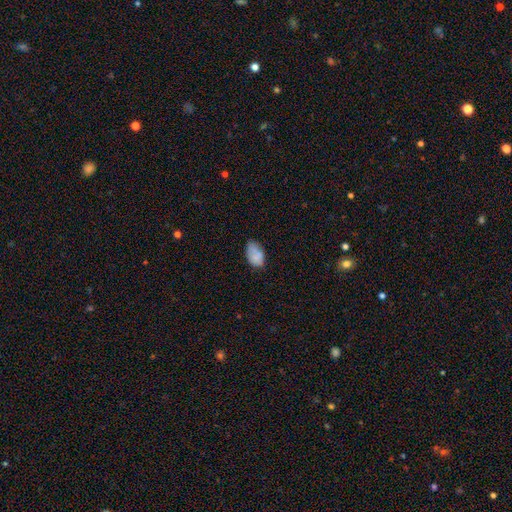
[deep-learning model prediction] A smooth galaxy with no disk features (80%) that is in between round and cigar-shaped (91%). Merging: none (60%).